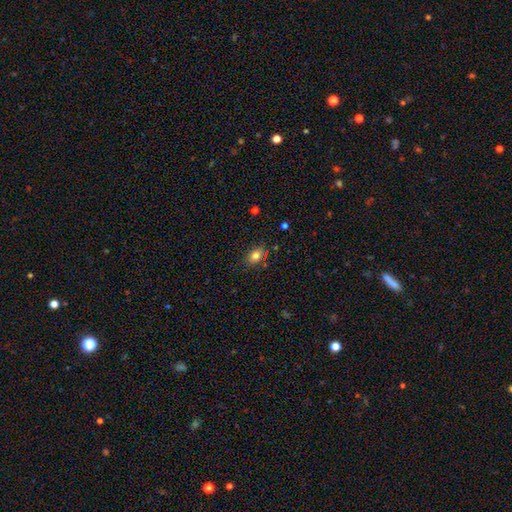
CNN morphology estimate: smooth_or_featured: smooth (p=0.79) [alt: star or artifact p=0.12]
how_rounded: in between (p=0.69) [alt: round p=0.29]
merging: none (p=0.82) [alt: minor disturbance p=0.13]